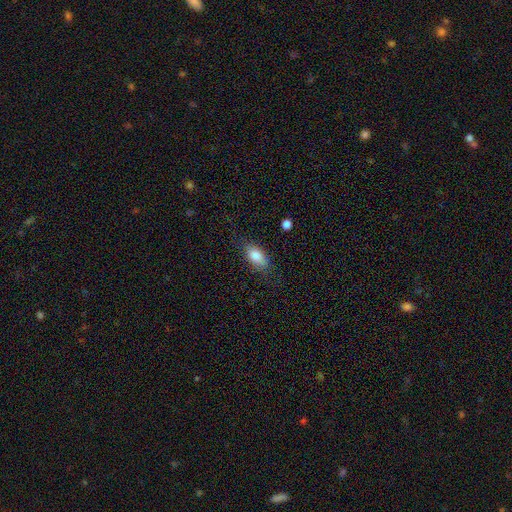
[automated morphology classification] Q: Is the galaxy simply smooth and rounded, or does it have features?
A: smooth — 84%.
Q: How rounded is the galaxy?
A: in between — 90%.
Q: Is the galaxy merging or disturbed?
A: none — 74%.